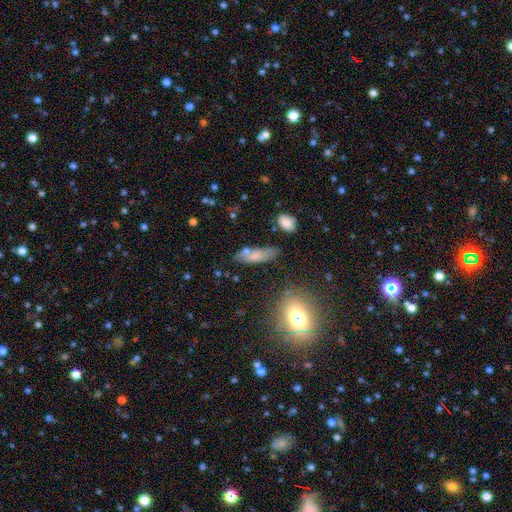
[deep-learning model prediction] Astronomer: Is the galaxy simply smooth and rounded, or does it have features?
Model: smooth — 63%.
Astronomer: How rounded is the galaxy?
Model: in between — 57% (runner-up: cigar-shaped, 39%).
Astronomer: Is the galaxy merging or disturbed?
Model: none — 61%.